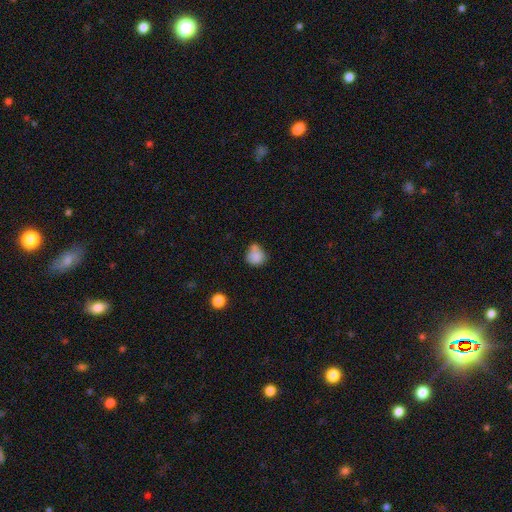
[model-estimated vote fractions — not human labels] This appears to be a smooth galaxy with no disk features (82%) that is round (82%). Merging: none (50%).